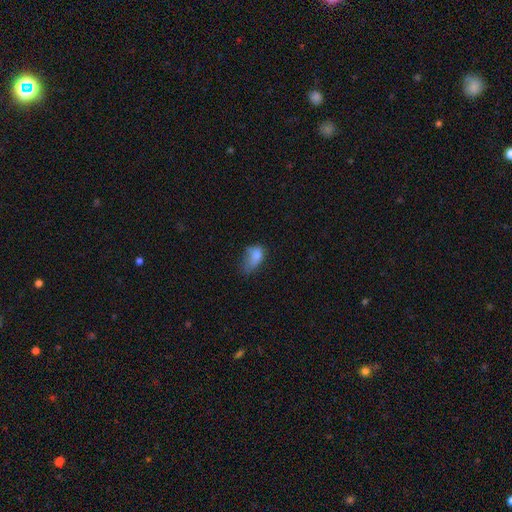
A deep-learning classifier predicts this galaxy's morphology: Smooth or featured? smooth (74%)
How rounded? in between (87%)
Merging? major disturbance (38%)